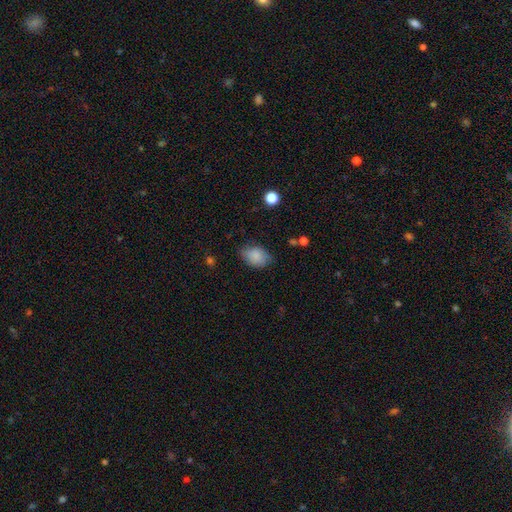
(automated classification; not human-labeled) Smooth or featured? Predicted: smooth (p=0.83). How rounded? Predicted: in between (p=0.77). Merging? Predicted: none (p=0.67).